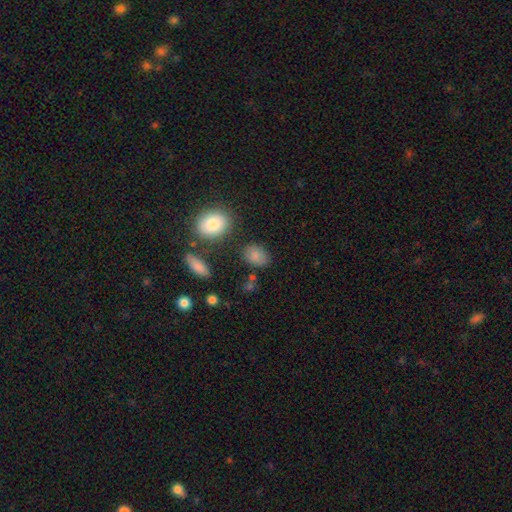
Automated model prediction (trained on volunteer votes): Smooth or featured: smooth — 83% (star or artifact — 10%)
How rounded: in between — 70% (round — 28%)
Merging: none — 78% (minor disturbance — 13%)